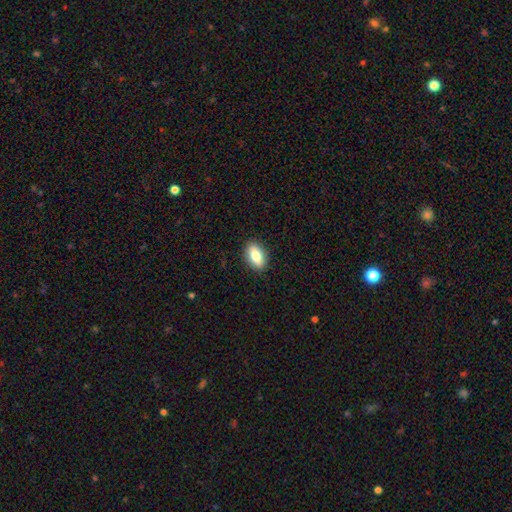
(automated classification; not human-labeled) Smooth or featured: smooth — 79% (featured or disk — 14%)
How rounded: in between — 87% (cigar-shaped — 7%)
Merging: none — 89% (minor disturbance — 8%)